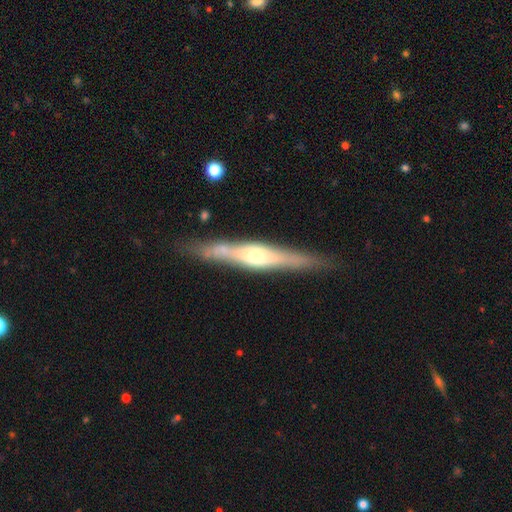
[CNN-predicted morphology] The model was most divided on "smooth or featured": featured or disk: 70%, smooth: 24%, star or artifact: 6%. More confident: edge-on disk — yes (94%); merging — none (82%); edge-on bulge — rounded (75%).